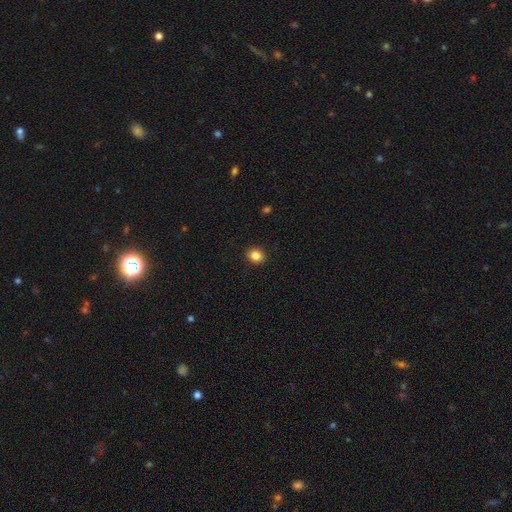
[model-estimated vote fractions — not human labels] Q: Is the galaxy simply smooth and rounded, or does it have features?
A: smooth — 85%.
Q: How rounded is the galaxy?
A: round — 57%.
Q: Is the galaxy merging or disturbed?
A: none — 90%.